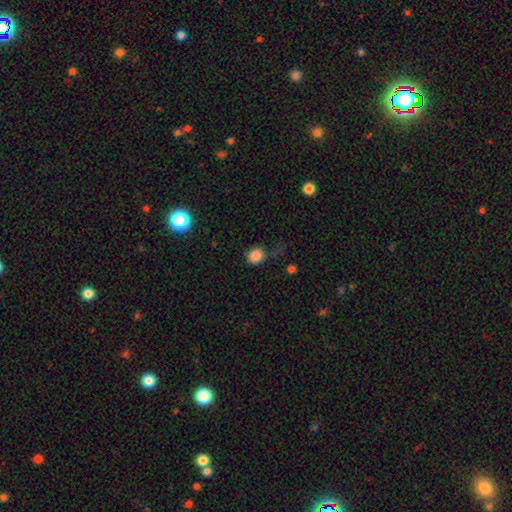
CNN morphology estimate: Smooth or featured? smooth (83%)
How rounded? round (79%)
Merging? none (68%)